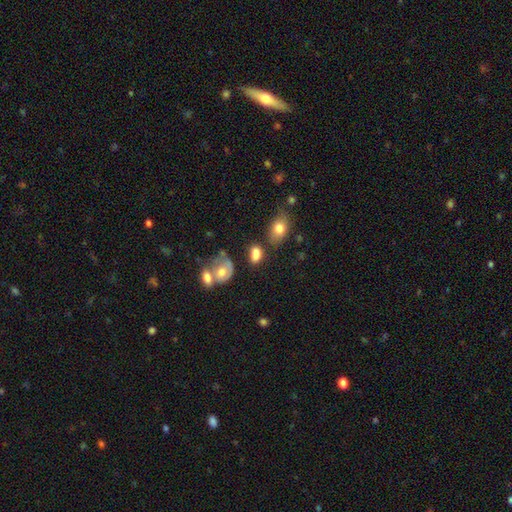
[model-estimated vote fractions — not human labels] The model was most divided on "merging": none: 46%, minor disturbance: 22%, merger: 20%, major disturbance: 12%. More confident: how rounded — in between (82%); smooth or featured — smooth (75%).